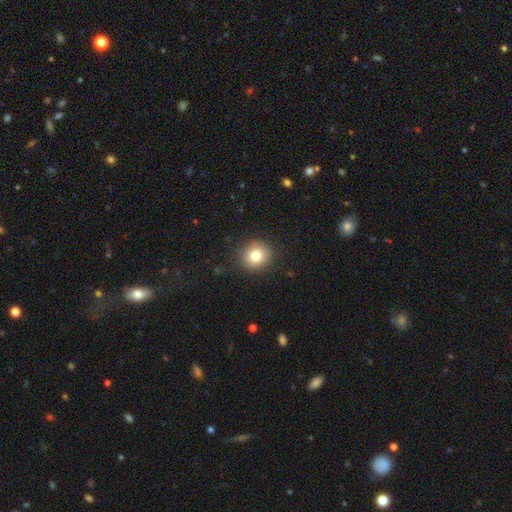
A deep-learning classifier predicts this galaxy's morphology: Smooth or featured? Predicted: smooth (p=0.81). How rounded? Predicted: round (p=0.86). Merging? Predicted: none (p=0.89).